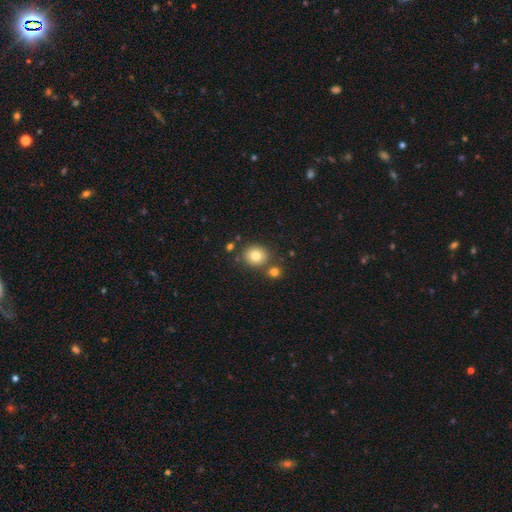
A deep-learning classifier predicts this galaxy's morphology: This appears to be a smooth galaxy with no disk features (81%) that is round (78%). Merging: none (75%).